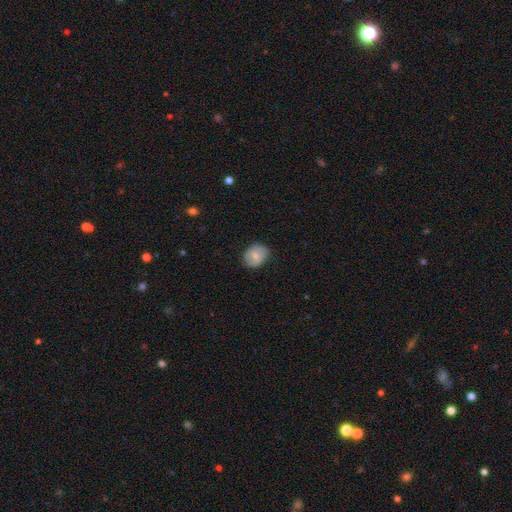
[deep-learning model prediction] smooth-or-featured: smooth: 65% | featured or disk: 27% | star or artifact: 8%
  how-rounded: round: 52% | in between: 47% | cigar-shaped: 1%
  merging: none: 72% | minor disturbance: 22% | major disturbance: 5% | merger: 1%